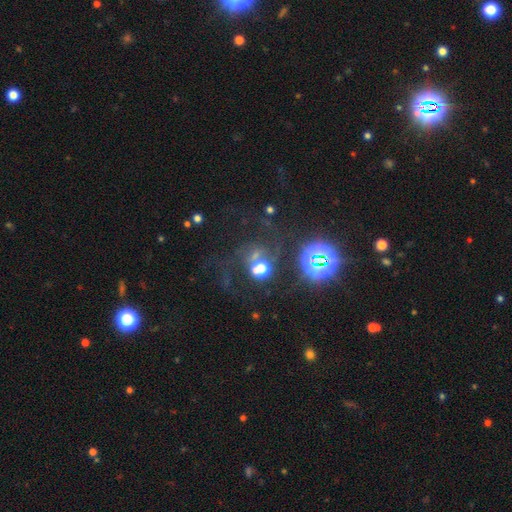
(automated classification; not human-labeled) Overall: star or artifact (50%; smooth 28%).